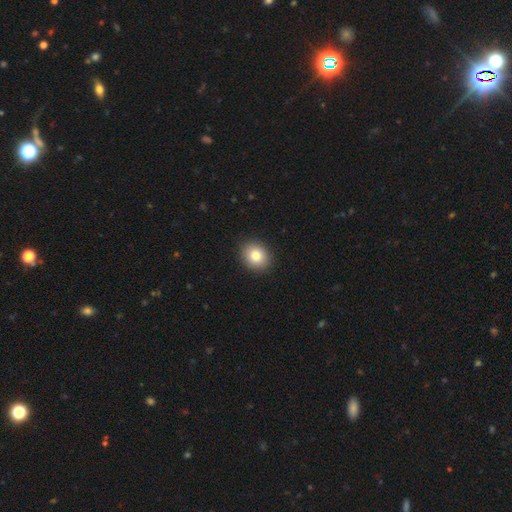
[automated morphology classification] A smooth galaxy with no disk features (82%) that is round (69%).

Vote fractions:
- Smooth or featured? smooth: 82% / star or artifact: 10% / featured or disk: 9%
- How rounded? round: 69% / in between: 30% / cigar-shaped: 1%
- Merging? none: 91% / minor disturbance: 6% / major disturbance: 2% / merger: 1%